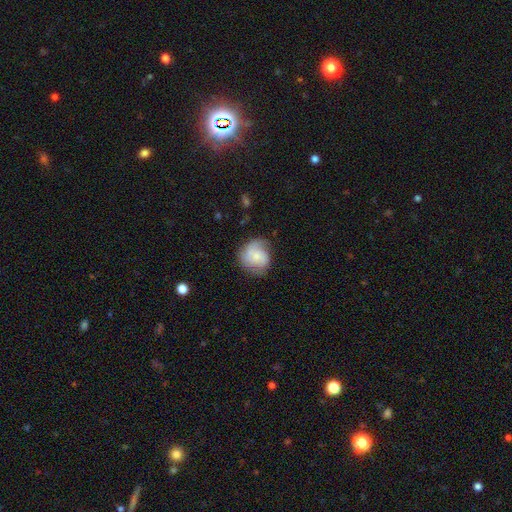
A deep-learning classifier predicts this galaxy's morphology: smooth-or-featured: smooth: 54% | featured or disk: 39% | star or artifact: 8%
  how-rounded: round: 79% | in between: 20% | cigar-shaped: 1%
  merging: none: 60% | minor disturbance: 26% | major disturbance: 12% | merger: 2%